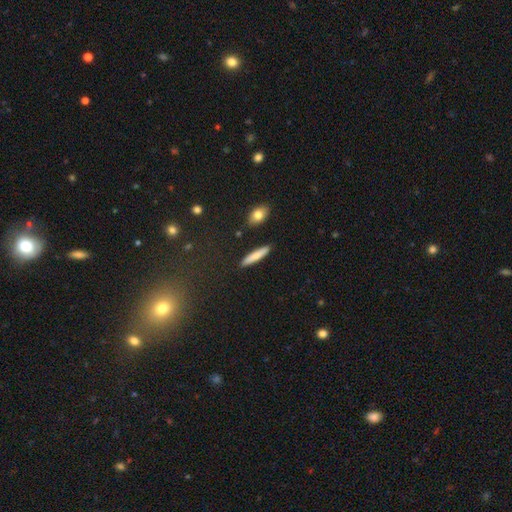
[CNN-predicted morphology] Smooth or featured: smooth — 78% (featured or disk — 16%)
How rounded: cigar-shaped — 89% (in between — 10%)
Merging: none — 89% (minor disturbance — 8%)